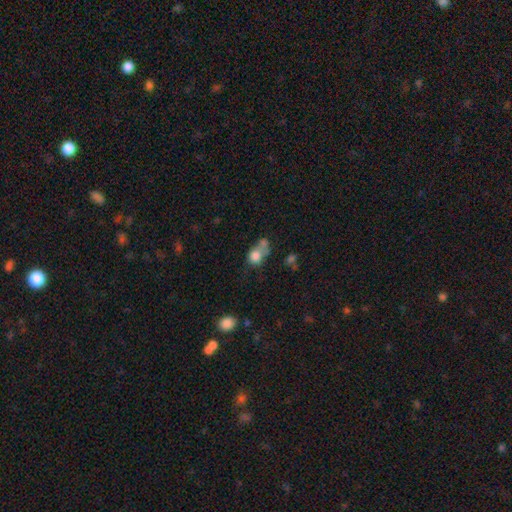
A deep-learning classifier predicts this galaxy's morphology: smooth_or_featured: smooth (p=0.77) [alt: featured or disk p=0.13]
how_rounded: round (p=0.56) [alt: in between p=0.43]
merging: merger (p=0.45) [alt: none p=0.29]